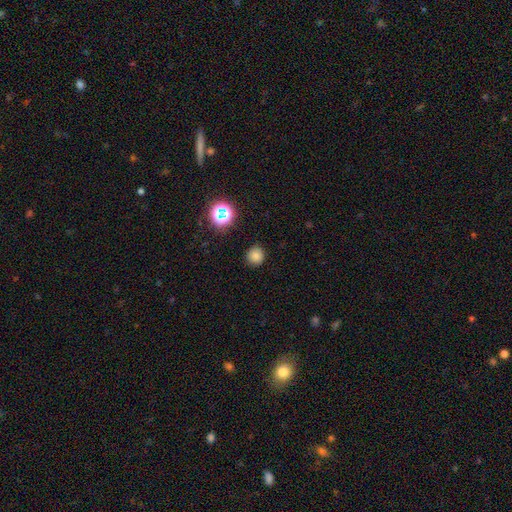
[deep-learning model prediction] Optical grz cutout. It shows a smooth galaxy with no disk features (78%) that is round (90%). Merging: none (87%).